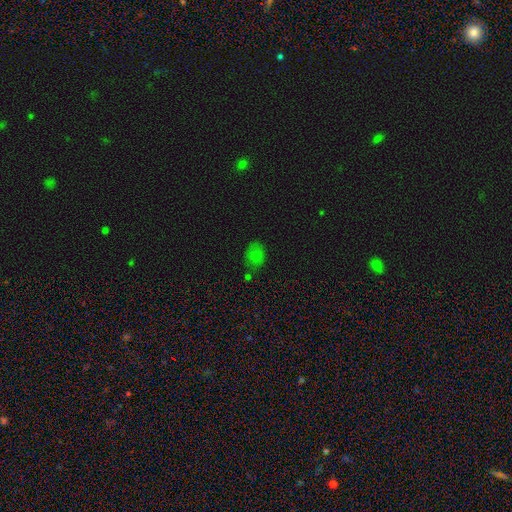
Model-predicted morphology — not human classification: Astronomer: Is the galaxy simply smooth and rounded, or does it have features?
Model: smooth — 70%.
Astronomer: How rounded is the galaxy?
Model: in between — 64%.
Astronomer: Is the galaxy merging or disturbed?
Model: none — 64%.